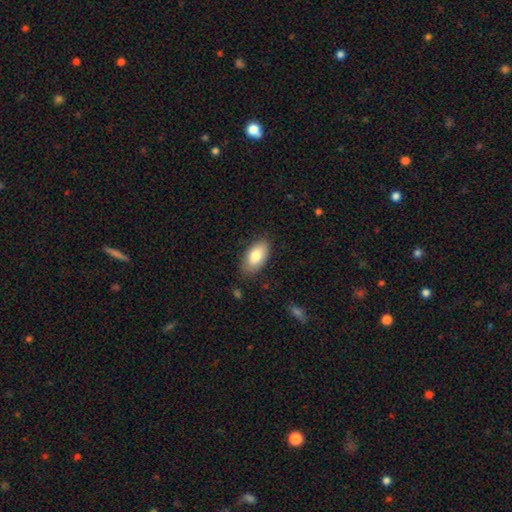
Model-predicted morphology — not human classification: This appears to be a smooth galaxy with no disk features (81%) that is in between round and cigar-shaped (94%). Merging: none (82%).